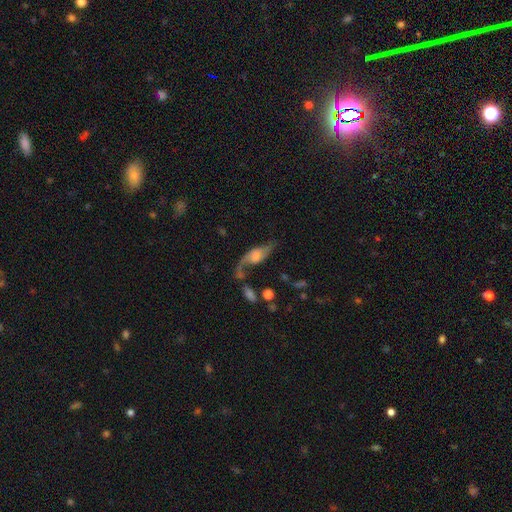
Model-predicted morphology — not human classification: smooth_or_featured: featured or disk (p=0.70) [alt: smooth p=0.22]
disk_edge_on: no (p=0.86) [alt: yes p=0.14]
bar: no (p=0.57) [alt: weak p=0.34]
has_spiral_arms: yes (p=0.85) [alt: no p=0.15]
spiral_winding: loose (p=0.83) [alt: medium p=0.13]
spiral_arm_count: 2 (p=0.73) [alt: 1 p=0.21]
bulge_size: moderate (p=0.35) [alt: small p=0.27]
merging: none (p=0.38) [alt: major disturbance p=0.29]